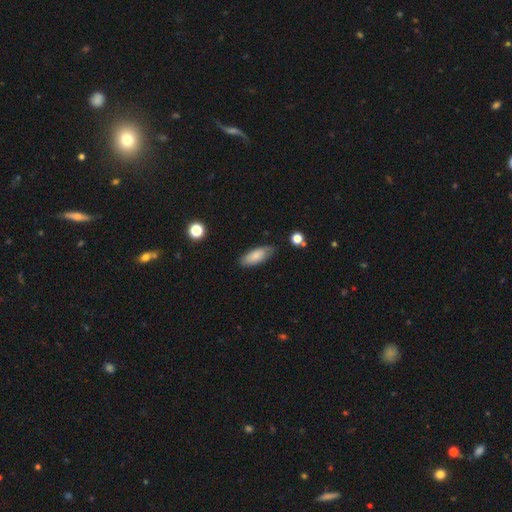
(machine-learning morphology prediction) This appears to be a smooth galaxy with no disk features (80%) that is in between round and cigar-shaped (77%). Merging: none (78%).